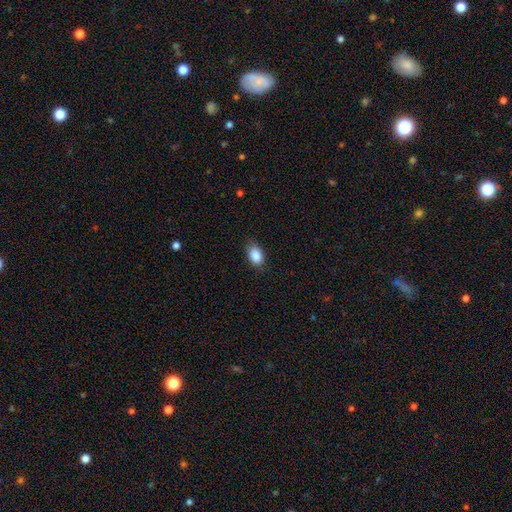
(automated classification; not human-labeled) A smooth galaxy with no disk features (88%) that is in between round and cigar-shaped (87%). Merging: none (83%).